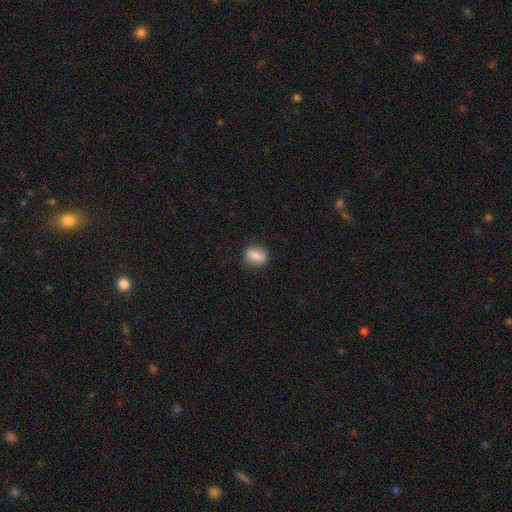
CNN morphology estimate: smooth_or_featured: smooth (p=0.81) [alt: featured or disk p=0.11]
how_rounded: in between (p=0.67) [alt: round p=0.29]
merging: none (p=0.83) [alt: minor disturbance p=0.13]